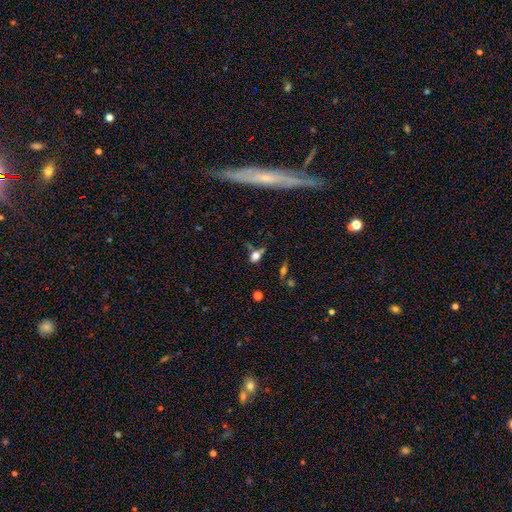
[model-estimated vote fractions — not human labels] Smooth or featured? Predicted: smooth (p=0.68). How rounded? Predicted: in between (p=0.65). Merging? Predicted: none (p=0.52).